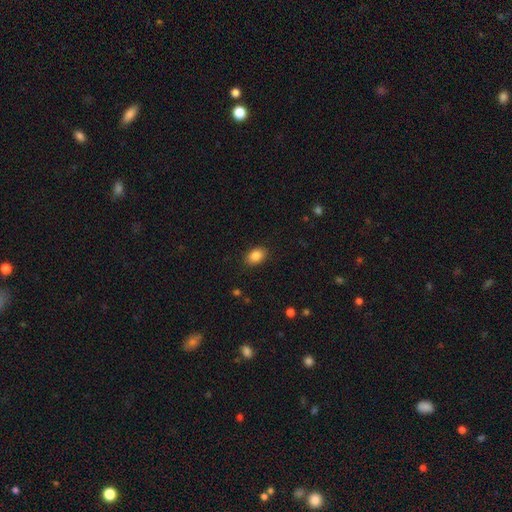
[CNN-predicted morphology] smooth_or_featured: smooth (p=0.86) [alt: star or artifact p=0.09]
how_rounded: in between (p=0.77) [alt: round p=0.22]
merging: none (p=0.88) [alt: minor disturbance p=0.09]